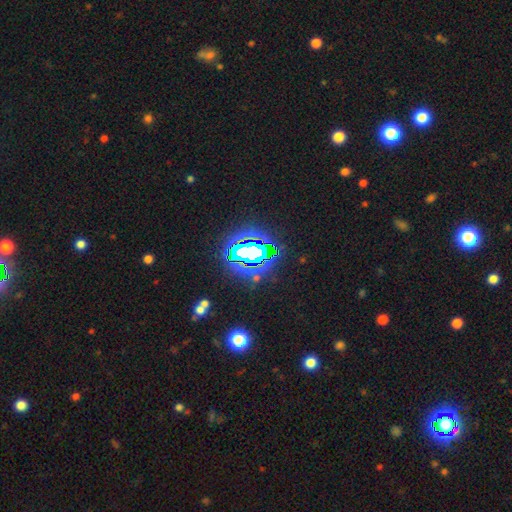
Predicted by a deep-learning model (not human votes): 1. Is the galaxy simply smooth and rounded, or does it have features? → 82% star or artifact, 11% smooth, 7% featured or disk.